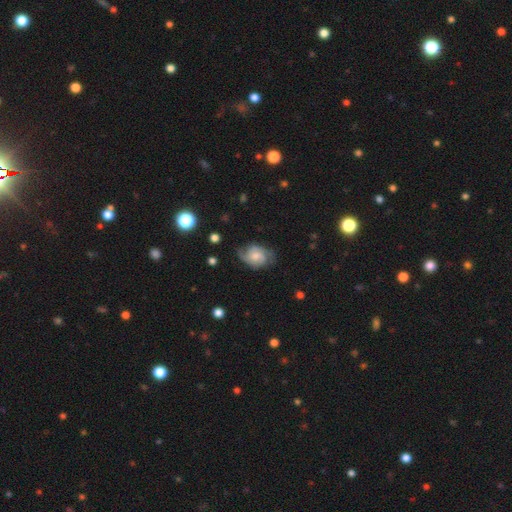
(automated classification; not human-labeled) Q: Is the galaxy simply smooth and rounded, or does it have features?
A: featured or disk — 70%.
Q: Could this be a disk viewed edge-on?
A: no — 97%.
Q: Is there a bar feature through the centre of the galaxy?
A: no — 63%.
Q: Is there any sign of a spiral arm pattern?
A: yes — 93%.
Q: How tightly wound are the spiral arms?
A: medium — 45%.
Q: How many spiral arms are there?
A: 2 — 65%.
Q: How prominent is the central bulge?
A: moderate — 41%.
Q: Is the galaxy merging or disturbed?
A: none — 66%.